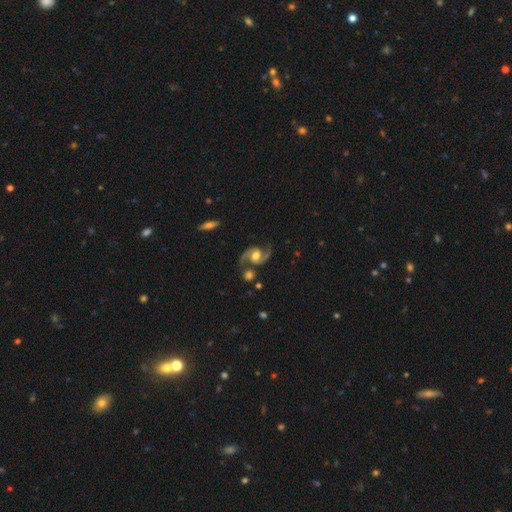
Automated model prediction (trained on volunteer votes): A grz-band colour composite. It shows a featured or disk galaxy (91%) with no bar (52%), 2 (94%) medium (56%) spiral arms (98%) and a moderate central bulge (68%). Merging: none (74%).